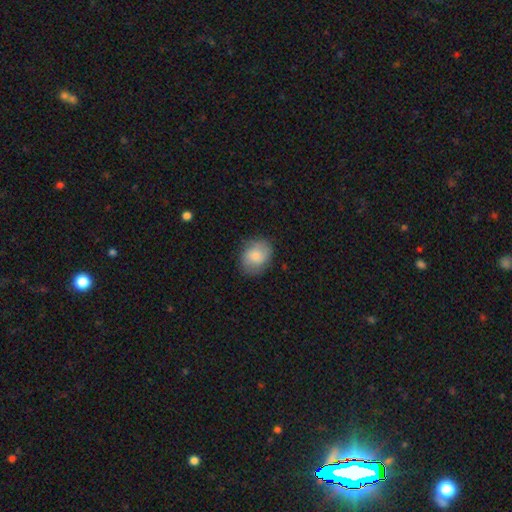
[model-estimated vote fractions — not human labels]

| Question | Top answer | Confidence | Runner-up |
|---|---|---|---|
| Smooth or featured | smooth | 75% | featured or disk (18%) |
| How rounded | in between | 50% | round (49%) |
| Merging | none | 78% | minor disturbance (17%) |